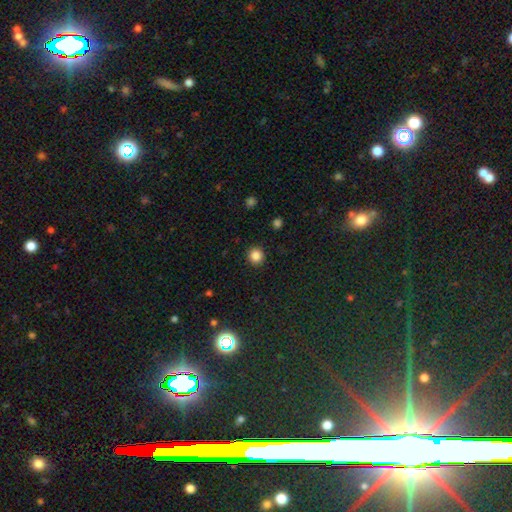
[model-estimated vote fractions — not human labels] This is clearly a smooth galaxy (85%). How rounded: clearly round (93%). Merging: clearly none (92%).